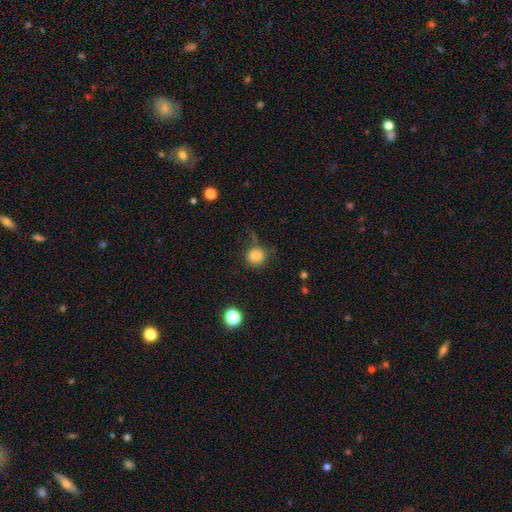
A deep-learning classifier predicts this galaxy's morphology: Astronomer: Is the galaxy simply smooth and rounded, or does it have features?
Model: smooth — 83%.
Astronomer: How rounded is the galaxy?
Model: round — 90%.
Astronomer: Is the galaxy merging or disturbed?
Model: none — 69%.